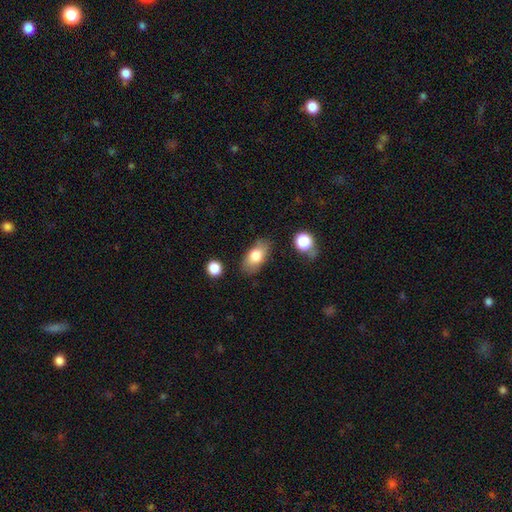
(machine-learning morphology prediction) Smooth or featured: smooth — 77% (featured or disk — 15%)
How rounded: in between — 90% (round — 6%)
Merging: none — 81% (minor disturbance — 13%)